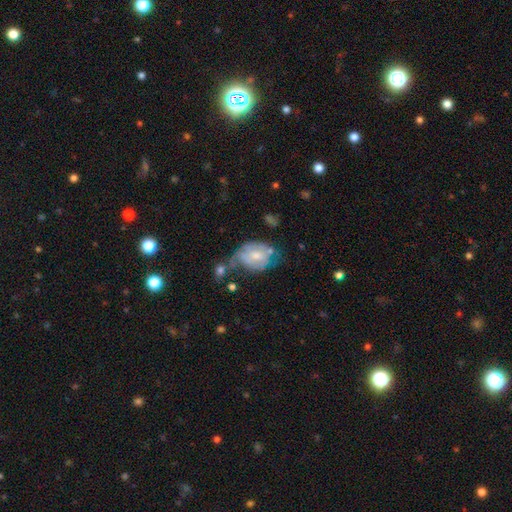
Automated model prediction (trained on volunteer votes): Smooth or featured: featured or disk — 50% (smooth — 42%)
Edge-on disk: no — 96% (yes — 4%)
Merging: minor disturbance — 29% (none — 28%)